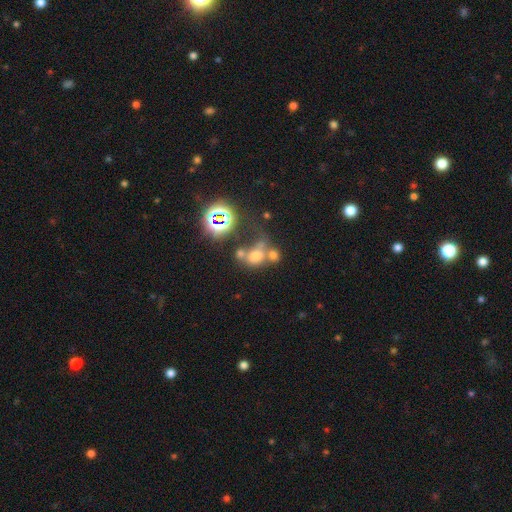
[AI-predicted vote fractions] Smooth or featured? smooth (58%)
How rounded? round (54%)
Merging? merger (47%)